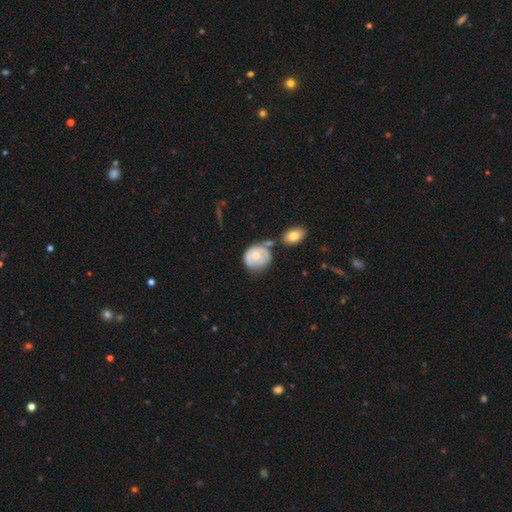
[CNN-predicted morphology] This is possibly a smooth galaxy (59%). How rounded: likely round (71%). Merging: marginally none (41%).